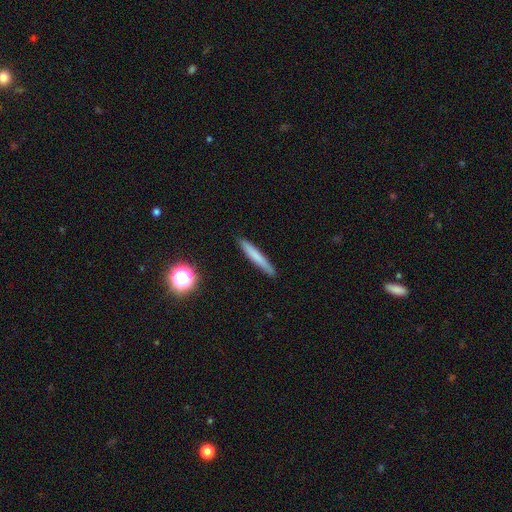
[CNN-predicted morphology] smooth 70%, featured or disk 22%, star or artifact 8%. Down the decision tree: how rounded — cigar-shaped (95%); merging — none (90%).